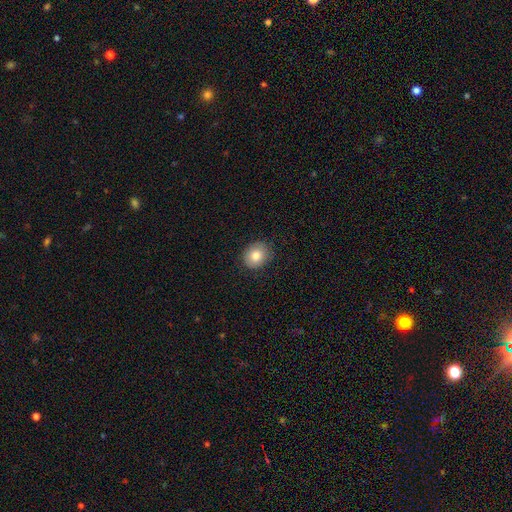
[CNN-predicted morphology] This appears to be a smooth galaxy with no disk features (82%) that is round (63%). Merging: none (85%).